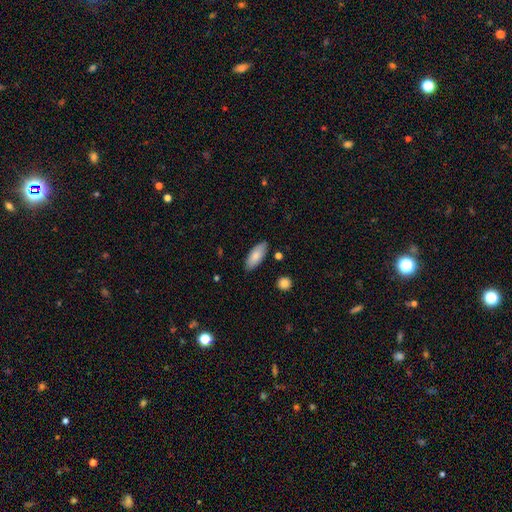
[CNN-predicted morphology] type=smooth (82%); roundness=in between (83%); merging=none (85%).